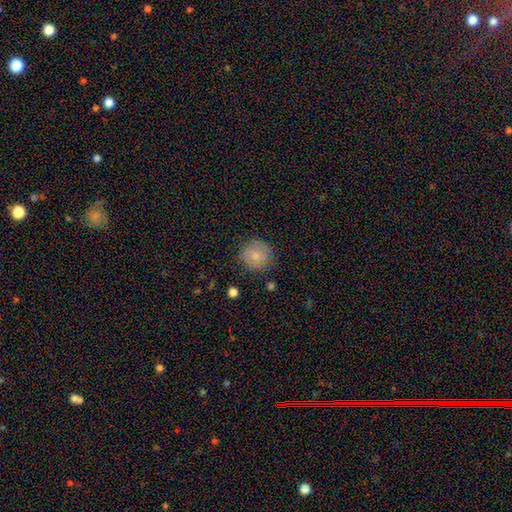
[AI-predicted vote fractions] smooth 72%, featured or disk 19%, star or artifact 9%. Down the decision tree: how rounded — round (87%); merging — none (77%).